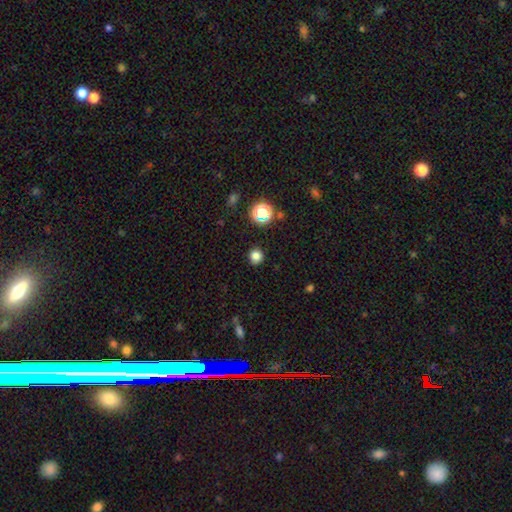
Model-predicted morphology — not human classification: A smooth galaxy with no disk features (80%) that is round (90%).

Vote fractions:
- Smooth or featured? smooth: 80% / star or artifact: 16% / featured or disk: 5%
- How rounded? round: 90% / in between: 9% / cigar-shaped: 1%
- Merging? none: 89% / minor disturbance: 8% / major disturbance: 2% / merger: 1%